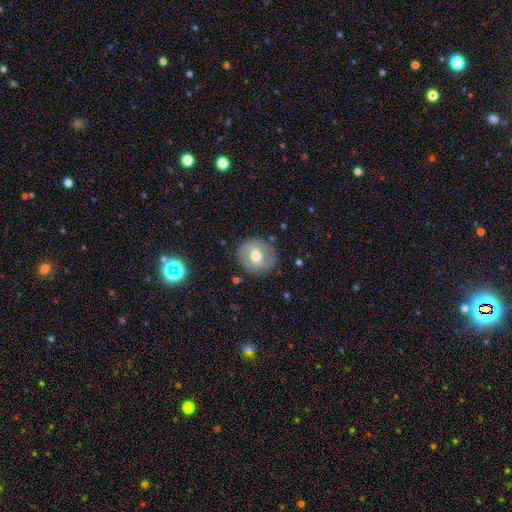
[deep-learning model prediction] A smooth galaxy with no disk features (50%) that is round (83%).

Vote fractions:
- Smooth or featured? smooth: 50% / featured or disk: 41% / star or artifact: 8%
- How rounded? round: 83% / in between: 16% / cigar-shaped: 1%
- Merging? none: 82% / minor disturbance: 13% / major disturbance: 4% / merger: 2%